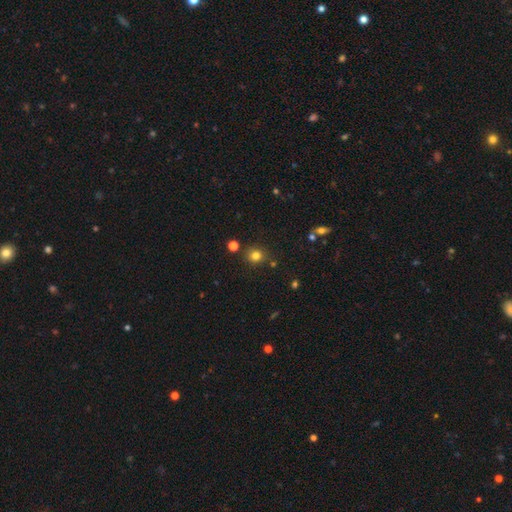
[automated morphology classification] This is likely a smooth galaxy (78%). How rounded: clearly round (86%). Merging: clearly none (83%).